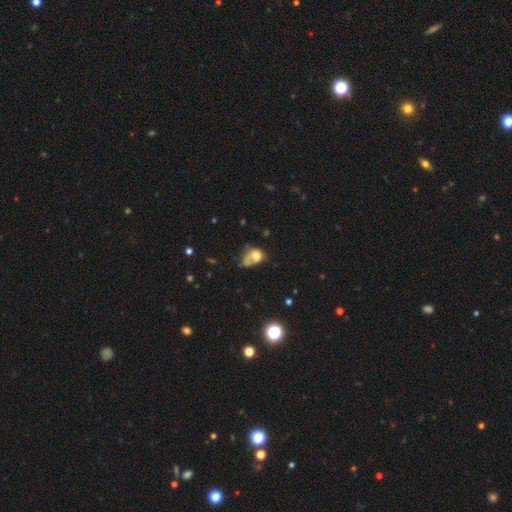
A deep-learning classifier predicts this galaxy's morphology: A smooth galaxy with no disk features (65%) that is in between round and cigar-shaped (60%).

Vote fractions:
- Smooth or featured? smooth: 65% / featured or disk: 23% / star or artifact: 13%
- How rounded? in between: 60% / round: 39% / cigar-shaped: 2%
- Merging? major disturbance: 29% / none: 26% / minor disturbance: 24% / merger: 21%